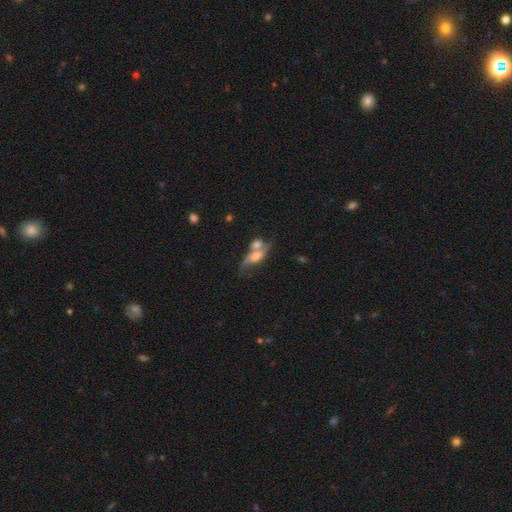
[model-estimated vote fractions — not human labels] This is possibly a featured or disk galaxy (58%). It is clearly not viewed edge-on (81%). Merging: possibly merger (49%).